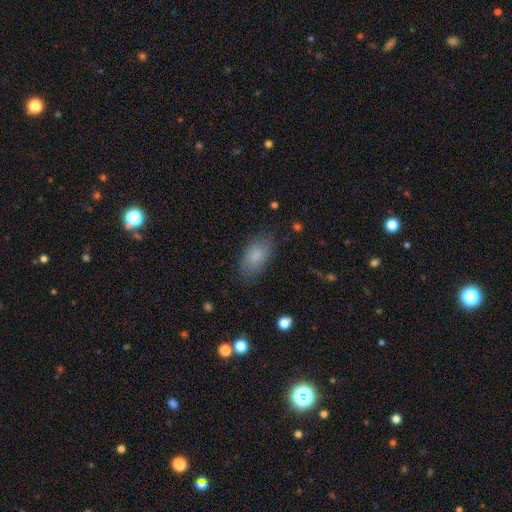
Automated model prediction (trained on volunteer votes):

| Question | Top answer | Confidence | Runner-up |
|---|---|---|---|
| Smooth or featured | smooth | 83% | featured or disk (10%) |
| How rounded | in between | 93% | round (4%) |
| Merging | none | 79% | minor disturbance (15%) |